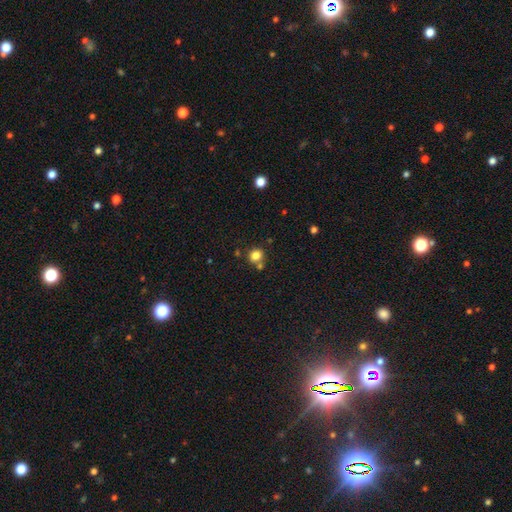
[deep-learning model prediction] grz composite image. It shows a smooth galaxy with no disk features (82%) that is round (83%). Merging: none (69%).